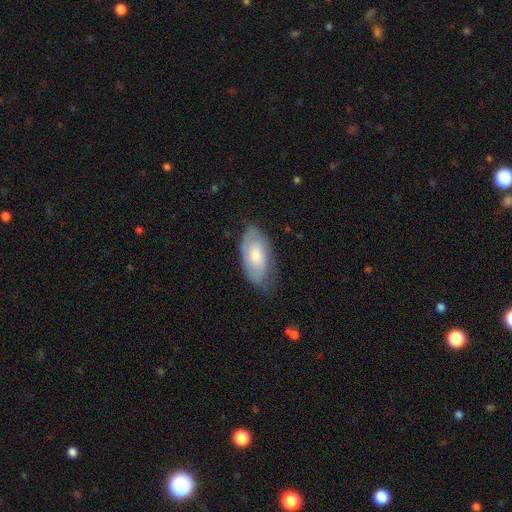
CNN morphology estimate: A smooth galaxy with no disk features (56%) that is in between round and cigar-shaped (93%).

Vote fractions:
- Smooth or featured? smooth: 56% / featured or disk: 39% / star or artifact: 6%
- How rounded? in between: 93% / cigar-shaped: 4% / round: 3%
- Merging? none: 58% / minor disturbance: 32% / major disturbance: 9% / merger: 1%